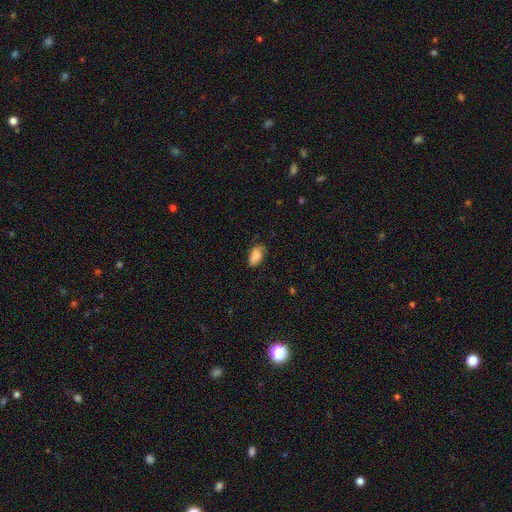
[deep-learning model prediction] smooth 84%, star or artifact 8%, featured or disk 8%. Down the decision tree: how rounded — in between (92%); merging — none (66%).